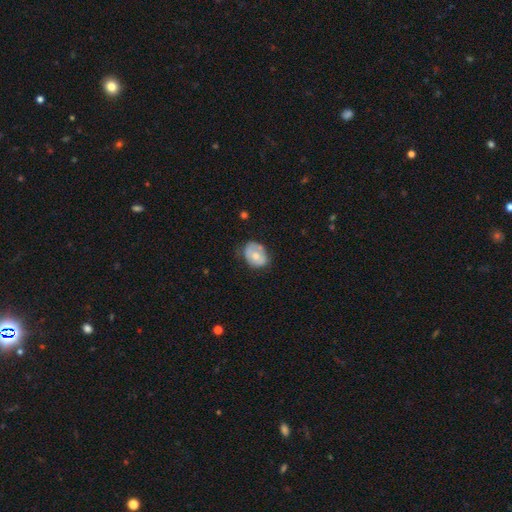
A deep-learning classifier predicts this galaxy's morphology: smooth-or-featured: smooth: 58% | featured or disk: 34% | star or artifact: 7%
  how-rounded: in between: 64% | round: 35% | cigar-shaped: 1%
  merging: none: 52% | minor disturbance: 35% | major disturbance: 10% | merger: 4%